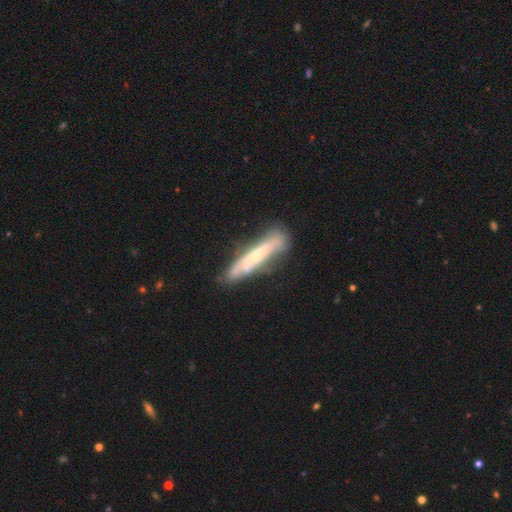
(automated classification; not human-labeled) Smooth or featured? featured or disk (61%)
Edge-on disk? yes (65%)
Merging? none (67%)